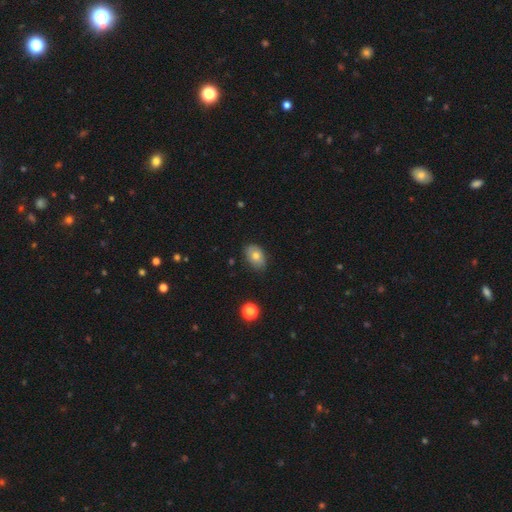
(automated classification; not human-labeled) Smooth or featured?
  - smooth: 75% *
  - featured or disk: 16%
  - star or artifact: 9%
How rounded?
  - in between: 84% *
  - round: 15%
  - cigar-shaped: 1%
Merging?
  - none: 77% *
  - minor disturbance: 19%
  - major disturbance: 3%
  - merger: 1%